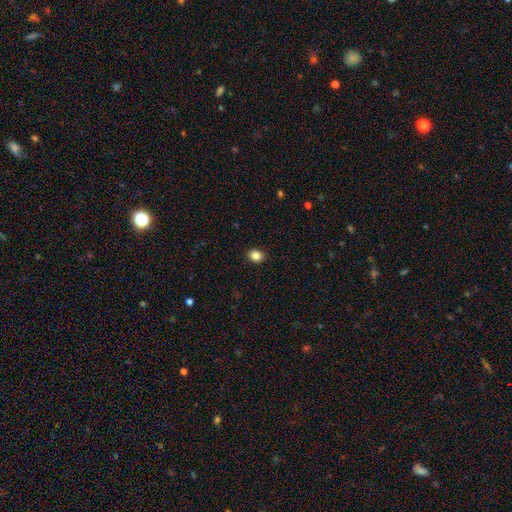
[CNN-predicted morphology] A smooth galaxy with no disk features (85%) that is round (59%).

Vote fractions:
- Smooth or featured? smooth: 85% / star or artifact: 11% / featured or disk: 4%
- How rounded? round: 59% / in between: 40% / cigar-shaped: 1%
- Merging? none: 92% / minor disturbance: 6% / major disturbance: 2% / merger: 1%